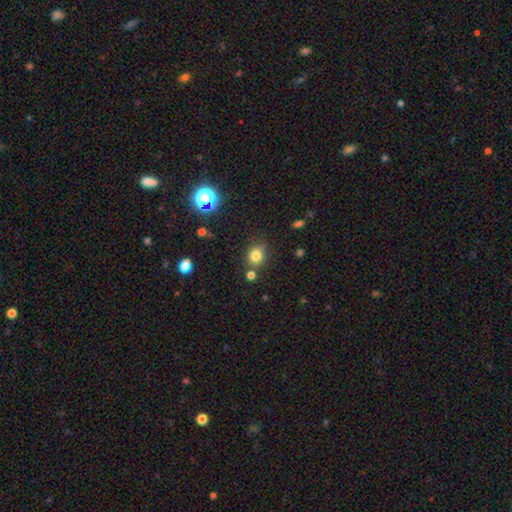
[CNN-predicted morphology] smooth_or_featured: smooth (p=0.78) [alt: star or artifact p=0.15]
how_rounded: round (p=0.74) [alt: in between p=0.25]
merging: none (p=0.72) [alt: minor disturbance p=0.14]